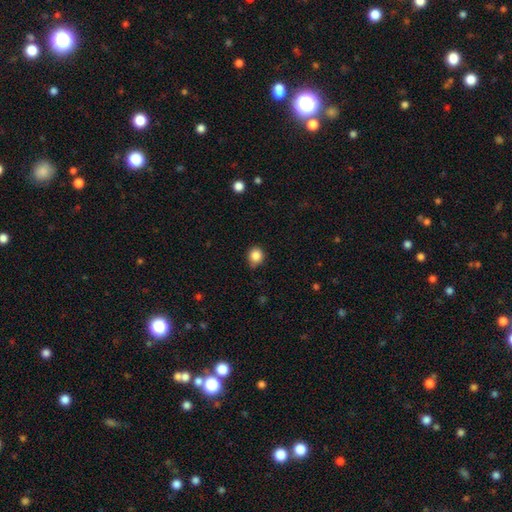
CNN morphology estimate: Q: Smooth or featured?
A: smooth (85%); runner-up: star or artifact (11%)
Q: How rounded?
A: round (80%); runner-up: in between (19%)
Q: Merging?
A: none (76%); runner-up: minor disturbance (19%)